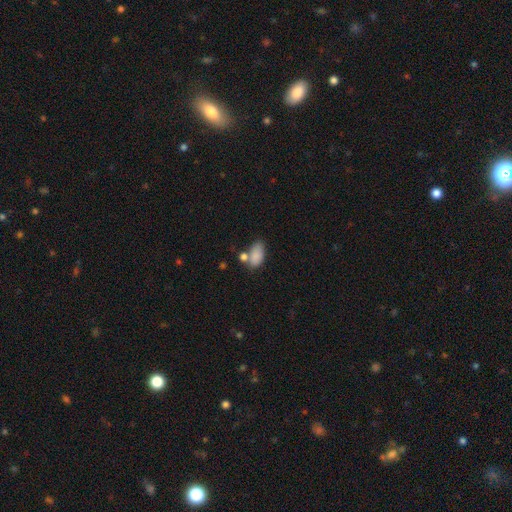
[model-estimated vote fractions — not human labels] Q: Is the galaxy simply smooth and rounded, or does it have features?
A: smooth — 84%.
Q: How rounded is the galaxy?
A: in between — 92%.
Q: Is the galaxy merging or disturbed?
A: none — 51%.